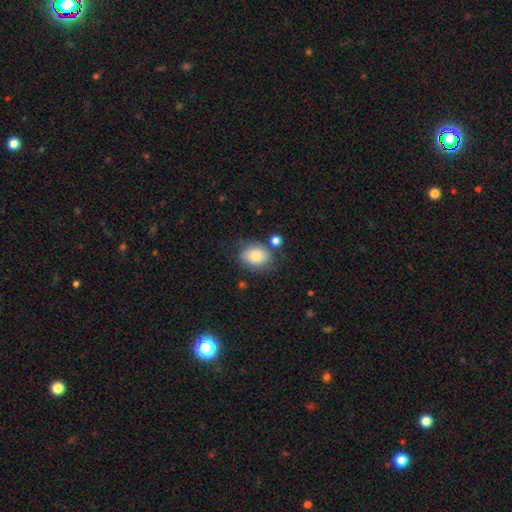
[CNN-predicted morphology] type=smooth (79%); roundness=in between (58%); merging=none (68%).